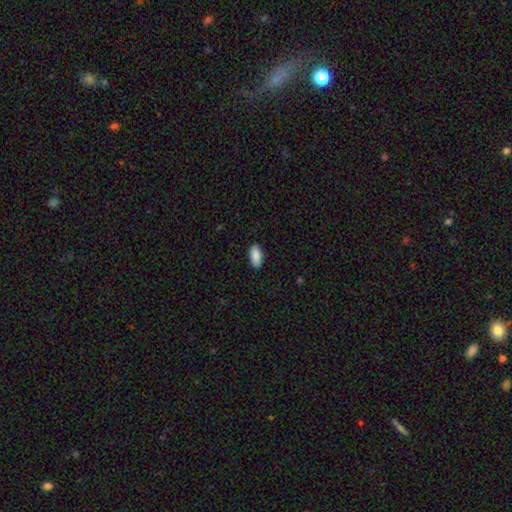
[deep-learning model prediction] Smooth or featured?
  - smooth: 90% *
  - star or artifact: 6%
  - featured or disk: 4%
How rounded?
  - in between: 91% *
  - cigar-shaped: 8%
  - round: 2%
Merging?
  - none: 88% *
  - minor disturbance: 9%
  - major disturbance: 2%
  - merger: 1%